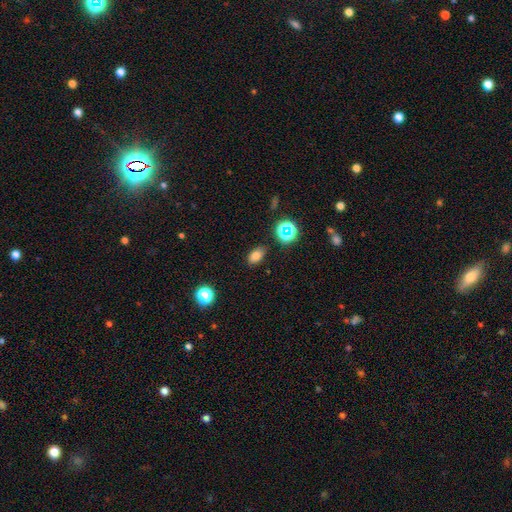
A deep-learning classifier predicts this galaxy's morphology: Smooth or featured? Predicted: smooth (p=0.76). How rounded? Predicted: in between (p=0.85). Merging? Predicted: none (p=0.85).